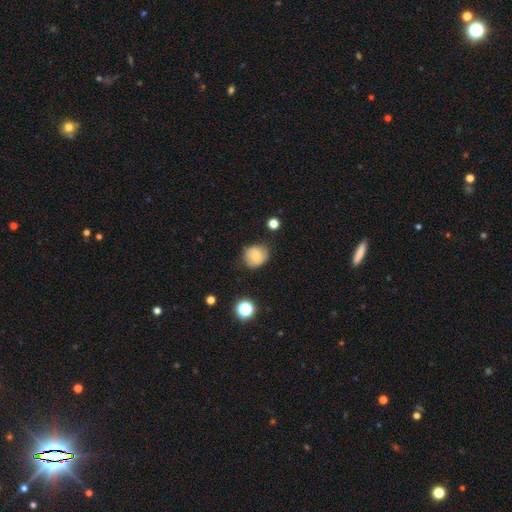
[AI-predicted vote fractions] Smooth or featured? smooth (69%)
How rounded? round (77%)
Merging? none (75%)